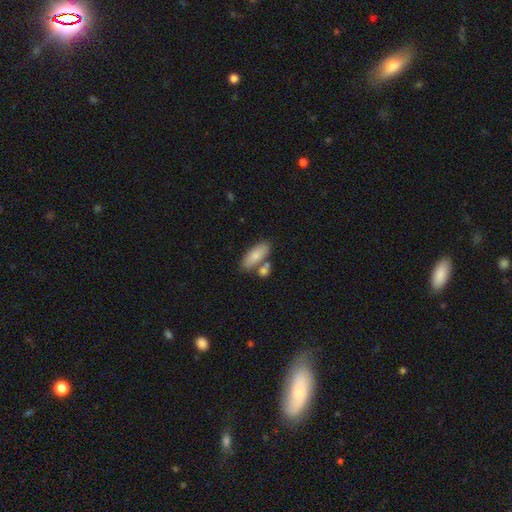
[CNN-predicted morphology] A smooth galaxy with no disk features (80%) that is in between round and cigar-shaped (79%).

Vote fractions:
- Smooth or featured? smooth: 80% / featured or disk: 14% / star or artifact: 6%
- How rounded? in between: 79% / cigar-shaped: 18% / round: 3%
- Merging? none: 62% / merger: 22% / minor disturbance: 13% / major disturbance: 3%